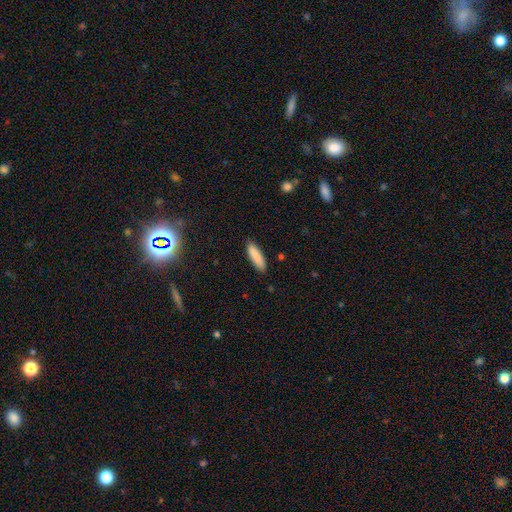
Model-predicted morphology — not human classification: Q: Smooth or featured?
A: smooth (88%); runner-up: star or artifact (6%)
Q: How rounded?
A: cigar-shaped (66%); runner-up: in between (33%)
Q: Merging?
A: none (88%); runner-up: minor disturbance (9%)